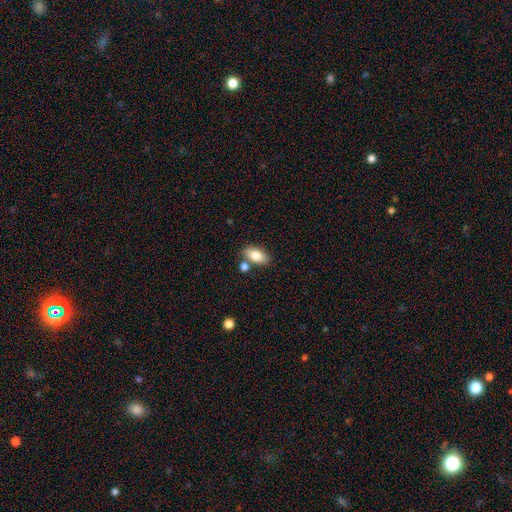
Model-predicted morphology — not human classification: Smooth or featured: smooth — 81% (featured or disk — 12%)
How rounded: in between — 90% (cigar-shaped — 6%)
Merging: none — 71% (merger — 14%)